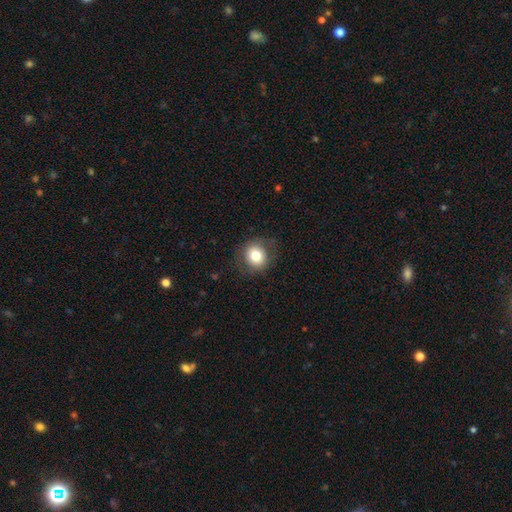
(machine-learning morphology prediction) type=smooth (78%); roundness=round (79%); merging=none (81%).